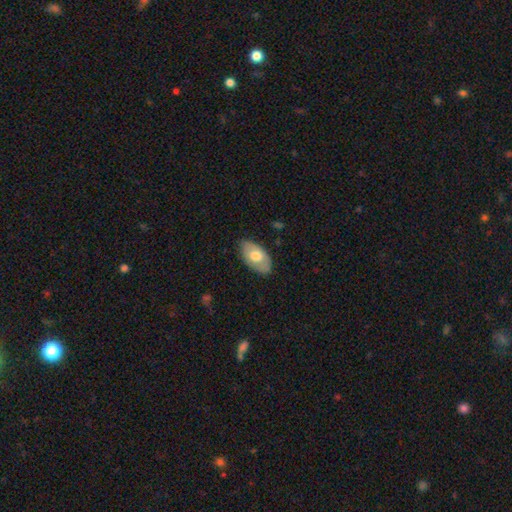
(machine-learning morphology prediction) Smooth or featured?
  - smooth: 63% *
  - featured or disk: 31%
  - star or artifact: 6%
How rounded?
  - in between: 94% *
  - round: 4%
  - cigar-shaped: 2%
Merging?
  - none: 78% *
  - minor disturbance: 18%
  - major disturbance: 3%
  - merger: 1%